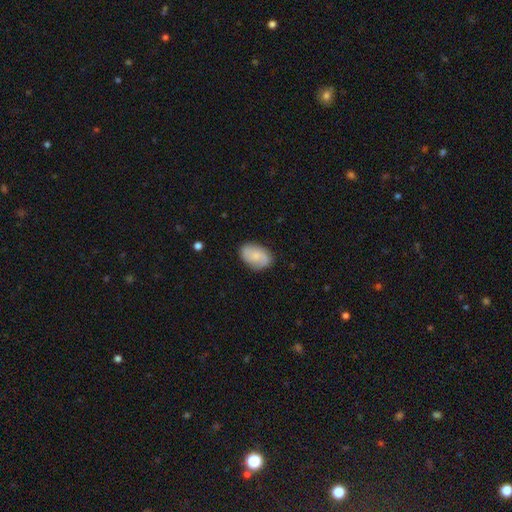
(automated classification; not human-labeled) Q: Smooth or featured?
A: smooth (56%); runner-up: featured or disk (37%)
Q: How rounded?
A: in between (84%); runner-up: round (15%)
Q: Merging?
A: none (79%); runner-up: minor disturbance (16%)